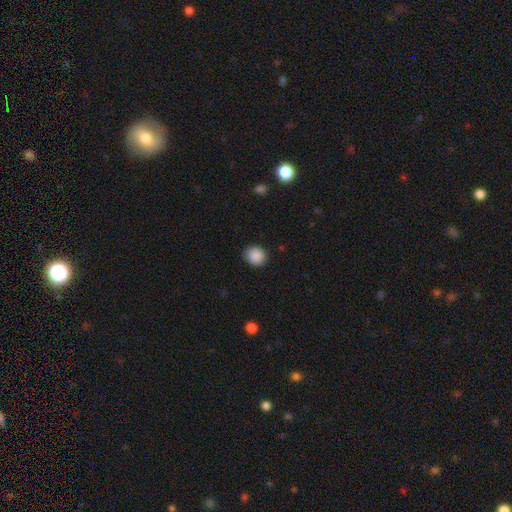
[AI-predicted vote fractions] A smooth galaxy with no disk features (89%) that is round (82%). Merging: none (87%).